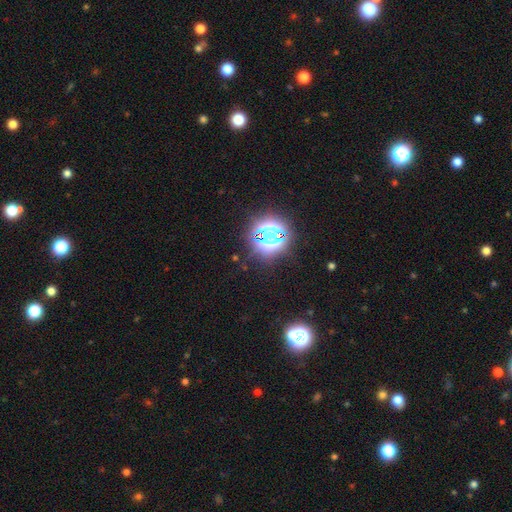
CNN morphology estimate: Smooth or featured? star or artifact (79%)